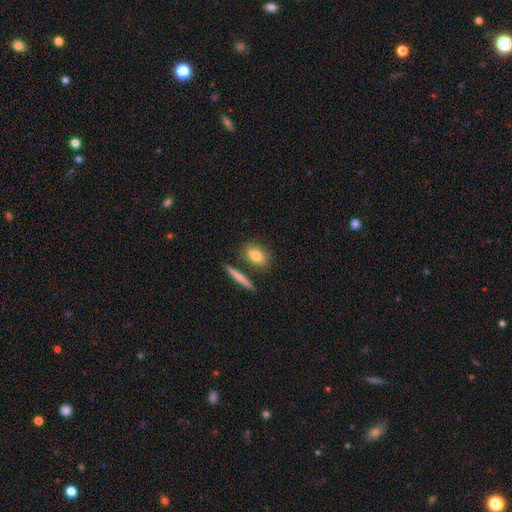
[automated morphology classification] type=smooth (80%); roundness=in between (69%); merging=none (77%).